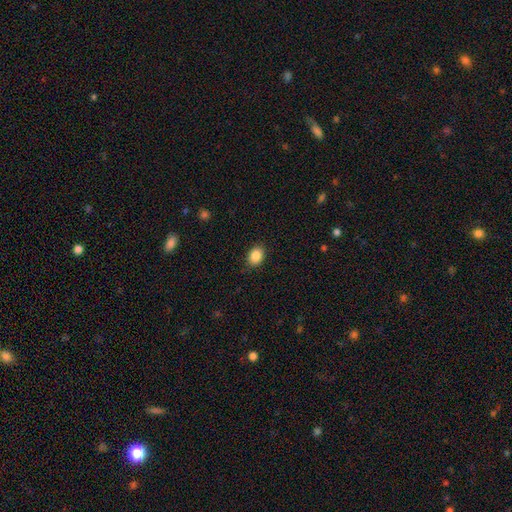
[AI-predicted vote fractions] This is clearly a smooth galaxy (88%). How rounded: likely in between (68%). Merging: clearly none (87%).